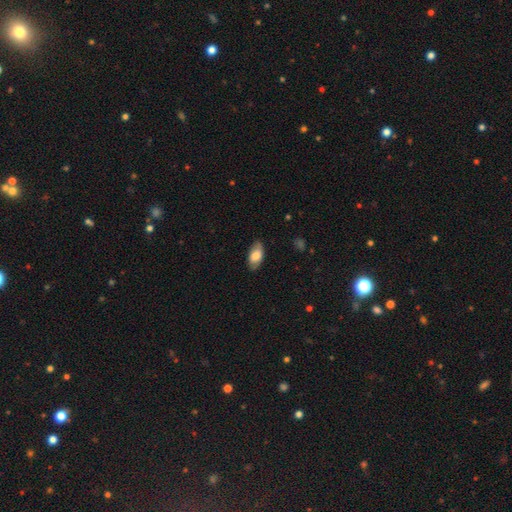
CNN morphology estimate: Smooth or featured? smooth (77%)
How rounded? in between (93%)
Merging? none (81%)